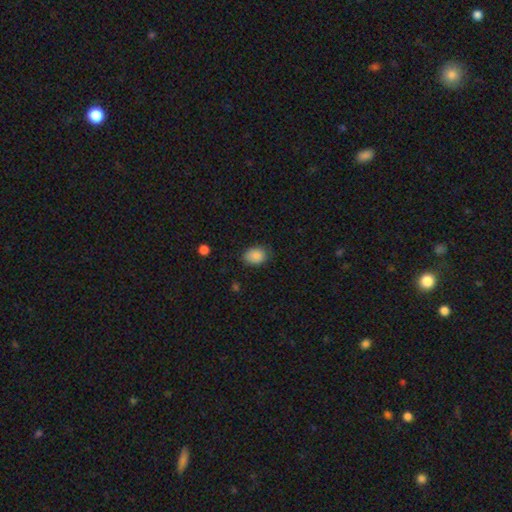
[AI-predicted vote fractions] A smooth galaxy with no disk features (86%) that is in between round and cigar-shaped (69%). Merging: none (76%).